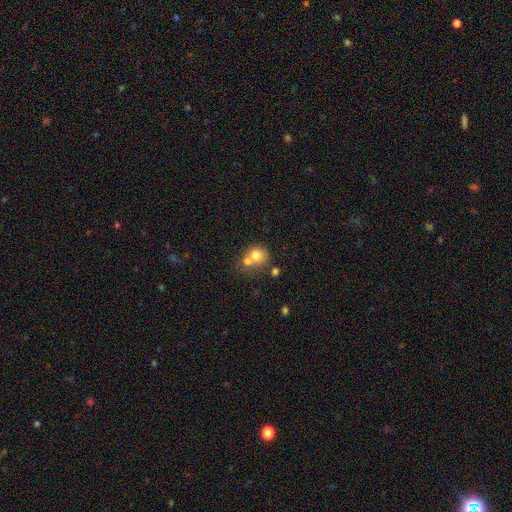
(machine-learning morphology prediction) Smooth or featured?
  - smooth: 72% *
  - featured or disk: 18%
  - star or artifact: 10%
How rounded?
  - round: 75% *
  - in between: 24%
  - cigar-shaped: 1%
Merging?
  - merger: 58% *
  - none: 31%
  - minor disturbance: 7%
  - major disturbance: 4%